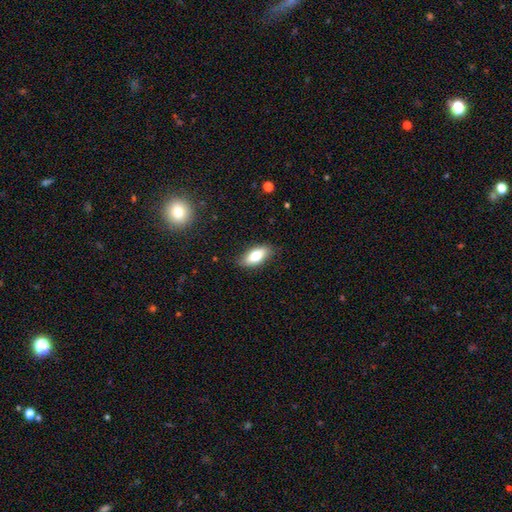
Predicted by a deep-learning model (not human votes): smooth 76%, featured or disk 17%, star or artifact 7%. Down the decision tree: how rounded — in between (85%); merging — none (83%).